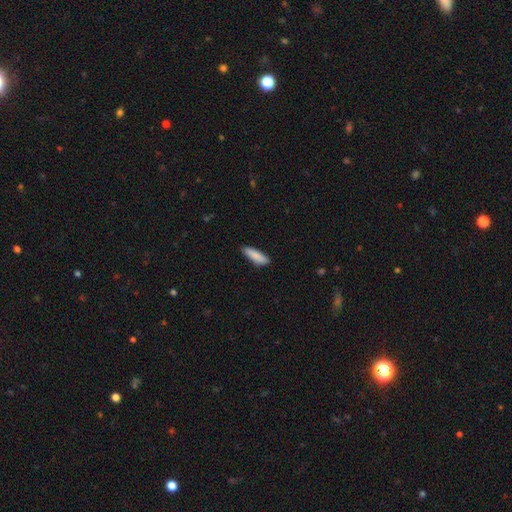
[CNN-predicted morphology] smooth_or_featured: smooth (p=0.87) [alt: featured or disk p=0.07]
how_rounded: cigar-shaped (p=0.58) [alt: in between p=0.40]
merging: none (p=0.85) [alt: minor disturbance p=0.12]